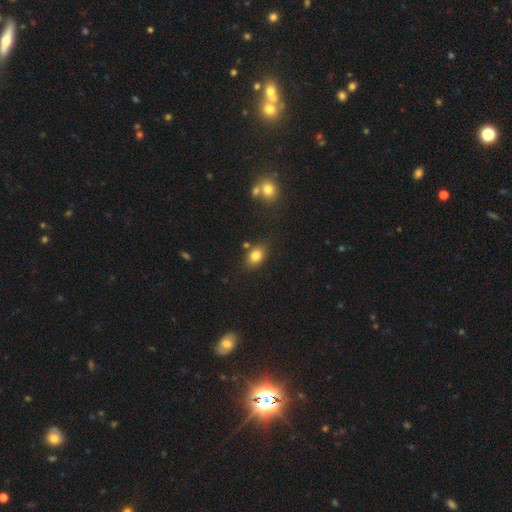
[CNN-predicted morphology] Smooth or featured?
  - smooth: 81% *
  - star or artifact: 10%
  - featured or disk: 9%
How rounded?
  - in between: 74% *
  - round: 25%
  - cigar-shaped: 2%
Merging?
  - none: 76% *
  - minor disturbance: 14%
  - merger: 7%
  - major disturbance: 3%